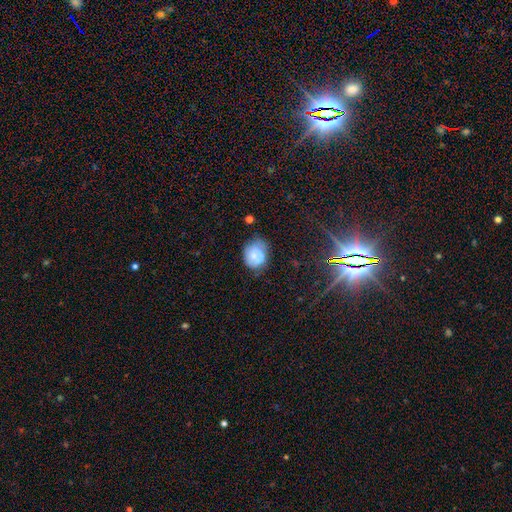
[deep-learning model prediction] The model was most divided on "how rounded": round: 58%, in between: 41%, cigar-shaped: 1%. More confident: smooth or featured — smooth (58%); merging — none (55%).